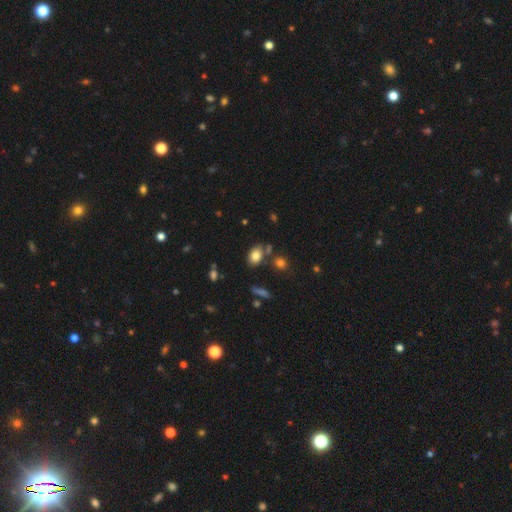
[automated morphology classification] Smooth or featured: smooth — 80% (star or artifact — 11%)
How rounded: in between — 75% (round — 23%)
Merging: none — 70% (minor disturbance — 14%)